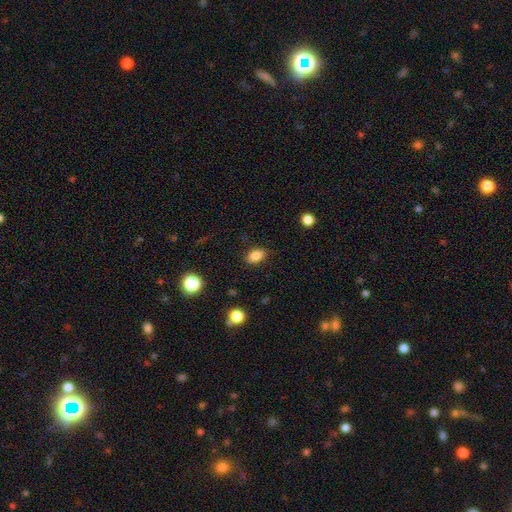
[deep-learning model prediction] A smooth galaxy with no disk features (85%) that is in between round and cigar-shaped (84%).

Vote fractions:
- Smooth or featured? smooth: 85% / star or artifact: 10% / featured or disk: 5%
- How rounded? in between: 84% / round: 13% / cigar-shaped: 2%
- Merging? none: 86% / minor disturbance: 10% / major disturbance: 3% / merger: 1%